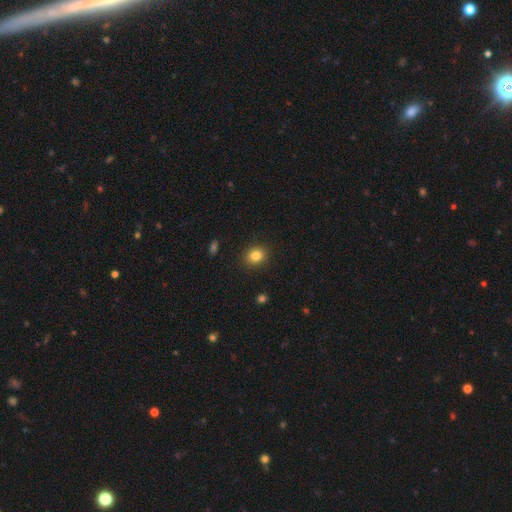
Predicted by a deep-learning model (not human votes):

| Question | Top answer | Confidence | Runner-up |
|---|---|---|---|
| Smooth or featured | smooth | 84% | star or artifact (11%) |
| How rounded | round | 70% | in between (29%) |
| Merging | none | 90% | minor disturbance (7%) |